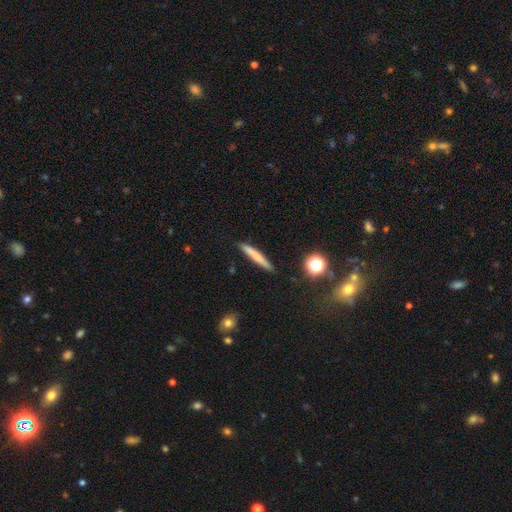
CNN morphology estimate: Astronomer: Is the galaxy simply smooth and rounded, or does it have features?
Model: smooth — 68%.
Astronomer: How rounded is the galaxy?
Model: cigar-shaped — 94%.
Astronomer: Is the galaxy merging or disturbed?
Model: none — 88%.